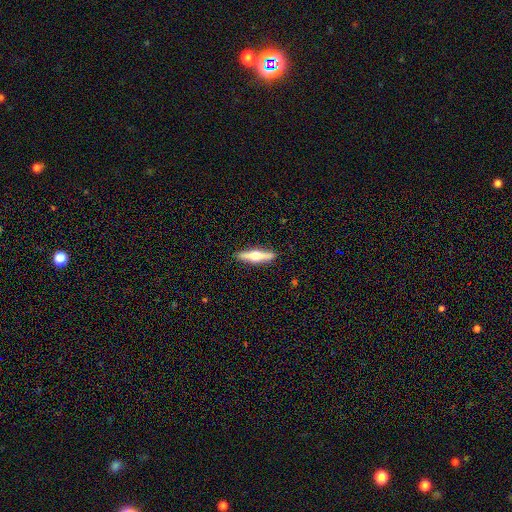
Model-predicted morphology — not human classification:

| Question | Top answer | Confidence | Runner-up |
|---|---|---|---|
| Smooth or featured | featured or disk | 62% | smooth (33%) |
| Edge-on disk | yes | 96% | no (4%) |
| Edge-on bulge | rounded | 95% | boxy (3%) |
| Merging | none | 91% | minor disturbance (7%) |